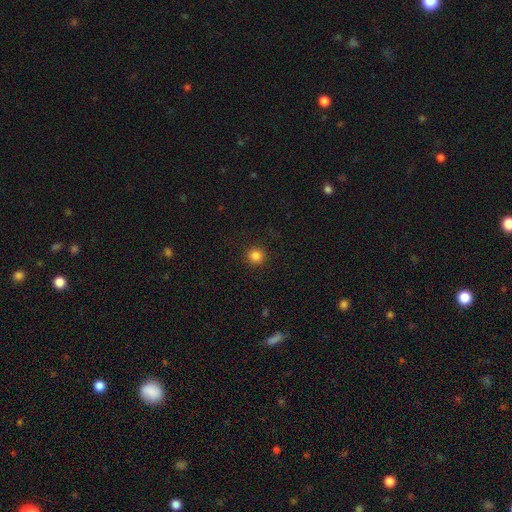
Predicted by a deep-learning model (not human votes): A smooth galaxy with no disk features (85%) that is round (95%).

Vote fractions:
- Smooth or featured? smooth: 85% / star or artifact: 12% / featured or disk: 4%
- How rounded? round: 95% / in between: 5% / cigar-shaped: 1%
- Merging? none: 92% / minor disturbance: 5% / major disturbance: 2% / merger: 1%